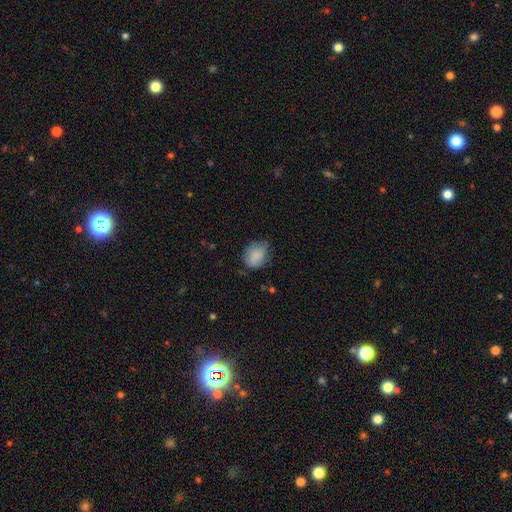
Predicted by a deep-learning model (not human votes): Smooth or featured? Predicted: smooth (p=0.82). How rounded? Predicted: in between (p=0.55). Merging? Predicted: none (p=0.57).